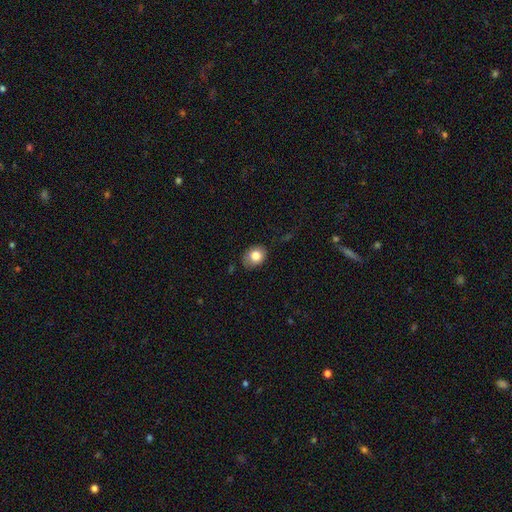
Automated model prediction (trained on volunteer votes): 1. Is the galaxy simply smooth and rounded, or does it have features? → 81% smooth, 10% featured or disk, 9% star or artifact.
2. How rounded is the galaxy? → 59% in between, 40% round, 1% cigar-shaped.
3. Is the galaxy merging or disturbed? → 75% none, 20% minor disturbance, 4% major disturbance, 1% merger.